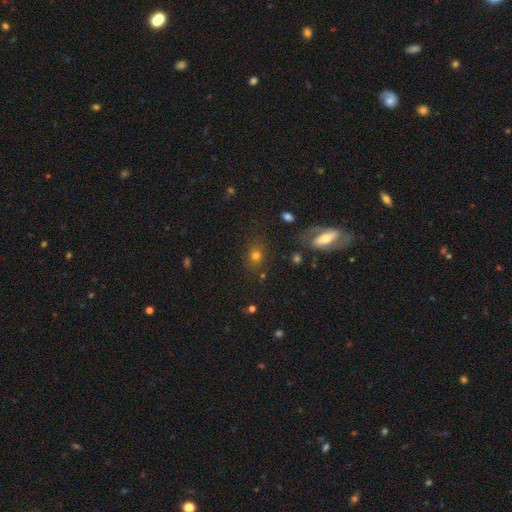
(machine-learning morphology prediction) This appears to be a smooth galaxy with no disk features (70%) that is round (57%). Merging: none (76%).